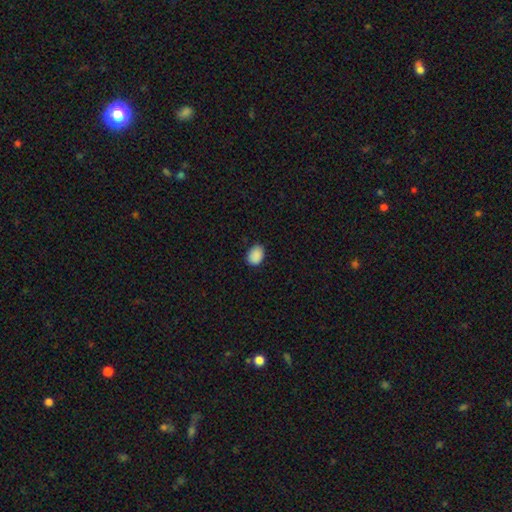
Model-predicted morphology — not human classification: The model was most divided on "how rounded": in between: 71%, round: 28%, cigar-shaped: 1%. More confident: smooth or featured — smooth (90%); merging — none (85%).